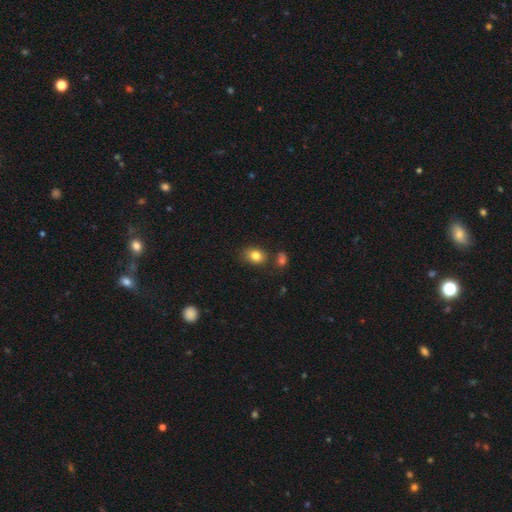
smooth-or-featured: smooth: 82% | featured or disk: 11% | star or artifact: 8%
  how-rounded: in between: 71% | round: 29% | cigar-shaped: 0%
  merging: none: 77% | minor disturbance: 14% | merger: 9% | major disturbance: 0%